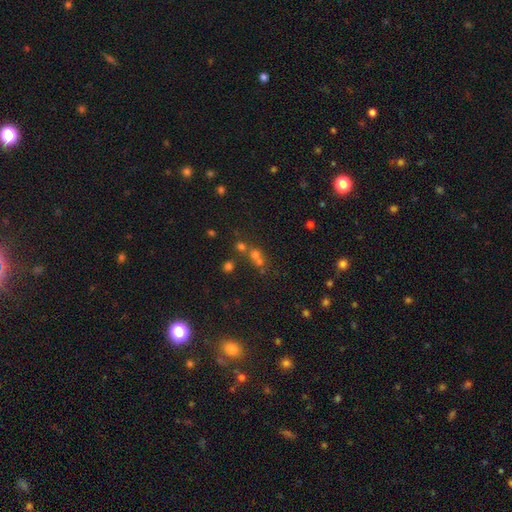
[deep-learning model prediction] A smooth galaxy with no disk features (47%).

Vote fractions:
- Smooth or featured? smooth: 47% / star or artifact: 38% / featured or disk: 15%
- Merging? none: 47% / merger: 42% / minor disturbance: 7% / major disturbance: 4%